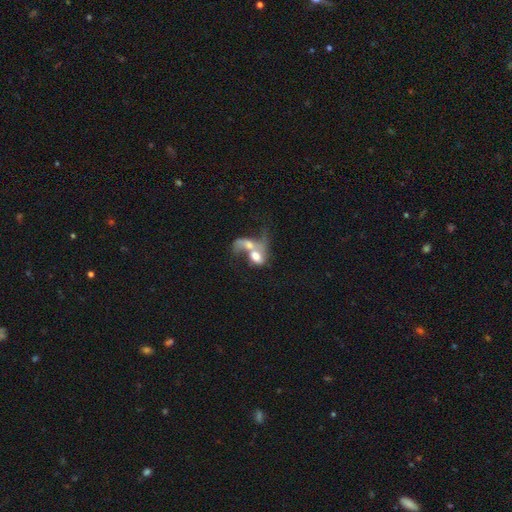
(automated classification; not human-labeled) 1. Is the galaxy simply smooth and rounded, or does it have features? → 49% smooth, 43% featured or disk, 9% star or artifact.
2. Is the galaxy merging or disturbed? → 78% merger, 11% major disturbance, 7% none, 4% minor disturbance.